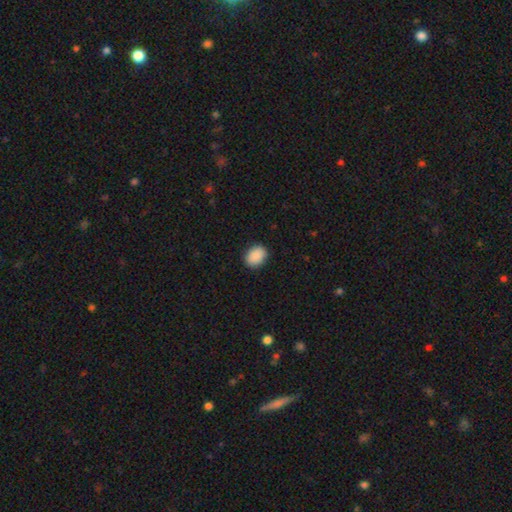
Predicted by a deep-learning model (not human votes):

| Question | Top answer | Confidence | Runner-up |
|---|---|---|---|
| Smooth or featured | smooth | 90% | star or artifact (7%) |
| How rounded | in between | 67% | round (32%) |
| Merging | none | 89% | minor disturbance (8%) |